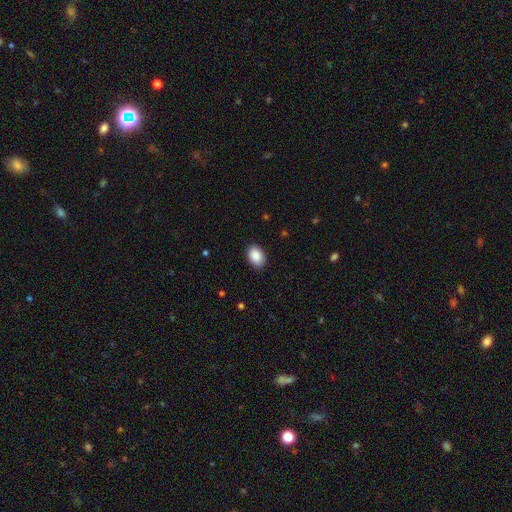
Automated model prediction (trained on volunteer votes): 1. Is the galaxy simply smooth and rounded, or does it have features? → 89% smooth, 7% star or artifact, 4% featured or disk.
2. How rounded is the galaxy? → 81% in between, 18% round, 1% cigar-shaped.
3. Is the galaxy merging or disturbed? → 88% none, 9% minor disturbance, 2% major disturbance, 1% merger.